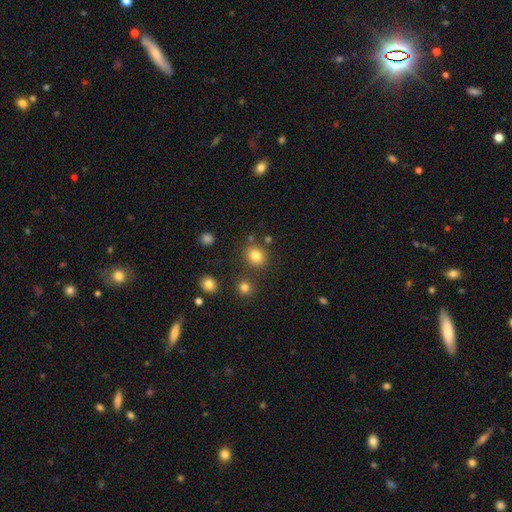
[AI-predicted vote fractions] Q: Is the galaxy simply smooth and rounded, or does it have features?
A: smooth — 81%.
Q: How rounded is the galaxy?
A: round — 80%.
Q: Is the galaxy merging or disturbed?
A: none — 81%.